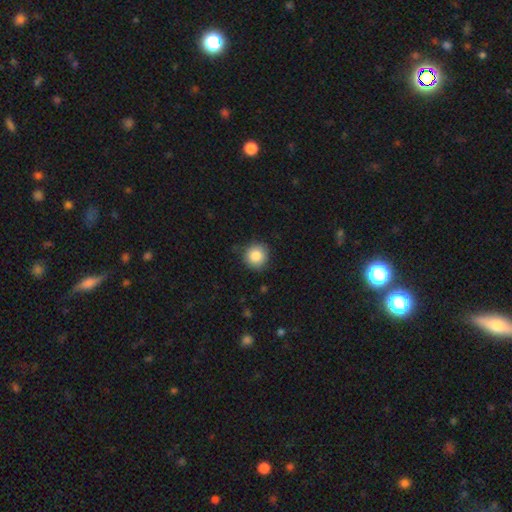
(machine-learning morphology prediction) Overall: smooth (85%). How rounded: round (93%). Merging: none (85%).